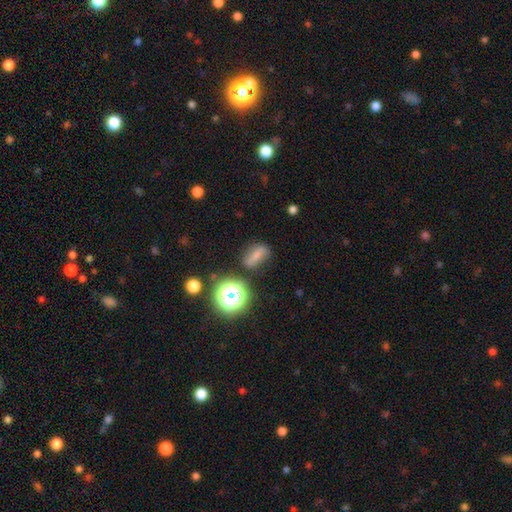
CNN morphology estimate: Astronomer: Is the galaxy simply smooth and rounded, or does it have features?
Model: smooth — 58%.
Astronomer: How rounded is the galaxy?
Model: in between — 63%.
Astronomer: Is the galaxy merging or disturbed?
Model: none — 71%.